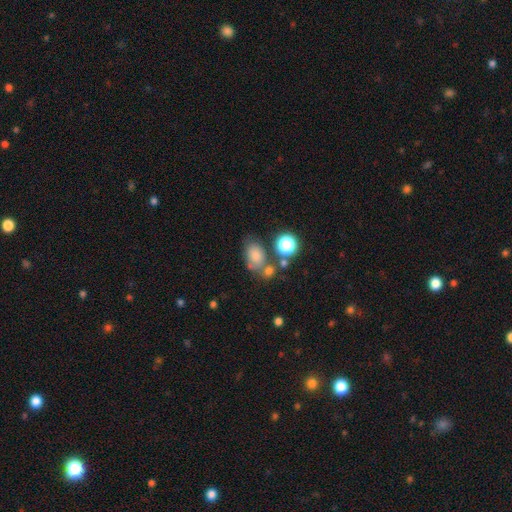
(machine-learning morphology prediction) This appears to be a smooth galaxy with no disk features (74%) that is in between round and cigar-shaped (77%). Merging: none (53%).